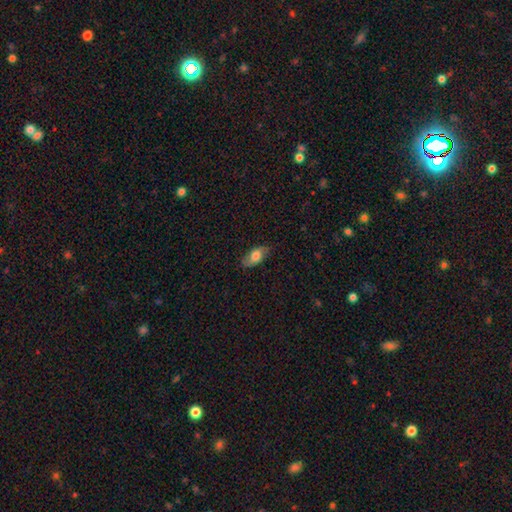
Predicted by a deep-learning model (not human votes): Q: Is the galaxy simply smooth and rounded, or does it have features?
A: smooth — 62%.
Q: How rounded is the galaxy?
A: in between — 87%.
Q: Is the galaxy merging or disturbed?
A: none — 78%.